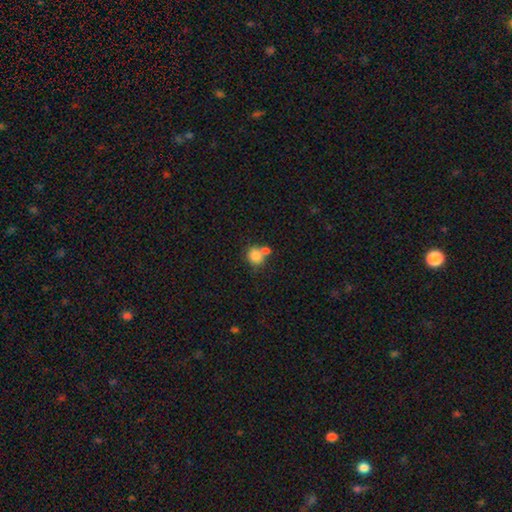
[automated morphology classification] Smooth or featured?
  - smooth: 82% *
  - star or artifact: 10%
  - featured or disk: 8%
How rounded?
  - round: 71% *
  - in between: 28%
  - cigar-shaped: 1%
Merging?
  - none: 46% *
  - merger: 39%
  - minor disturbance: 11%
  - major disturbance: 4%